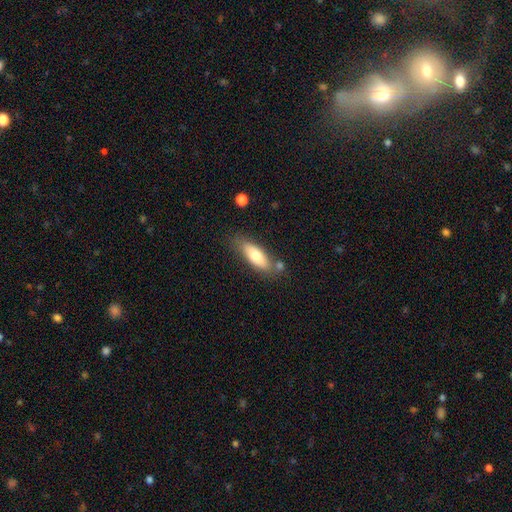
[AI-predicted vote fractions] Smooth or featured? smooth (73%)
How rounded? in between (66%)
Merging? none (69%)